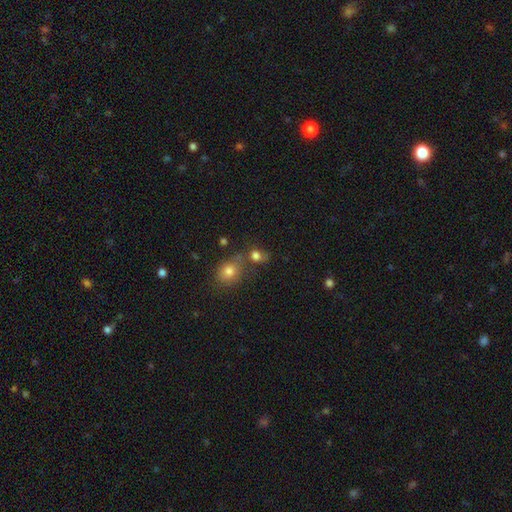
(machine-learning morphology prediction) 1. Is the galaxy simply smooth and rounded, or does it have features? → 75% smooth, 15% star or artifact, 10% featured or disk.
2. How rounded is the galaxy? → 63% round, 36% in between, 2% cigar-shaped.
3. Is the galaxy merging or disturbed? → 49% none, 29% merger, 14% minor disturbance, 8% major disturbance.